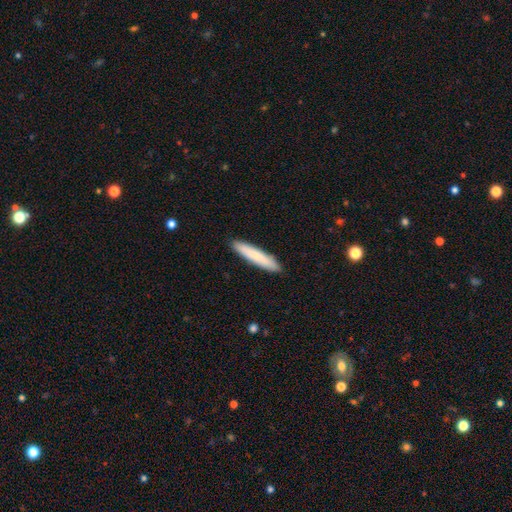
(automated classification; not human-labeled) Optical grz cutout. It shows a smooth galaxy with no disk features (80%) that is cigar-shaped (90%). Merging: none (91%).